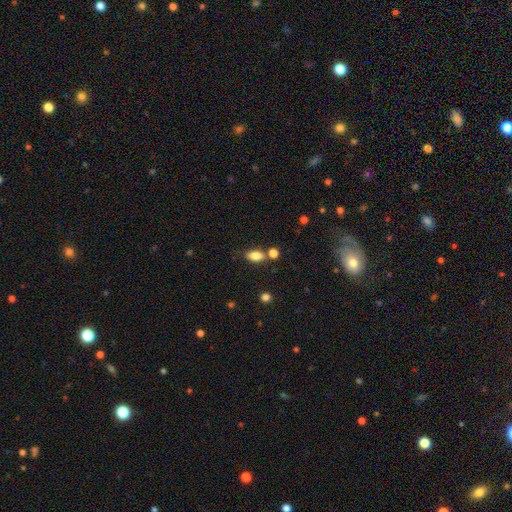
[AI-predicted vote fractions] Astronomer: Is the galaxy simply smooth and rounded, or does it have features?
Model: smooth — 82%.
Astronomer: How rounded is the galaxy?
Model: in between — 86%.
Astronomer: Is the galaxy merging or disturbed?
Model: none — 67%.